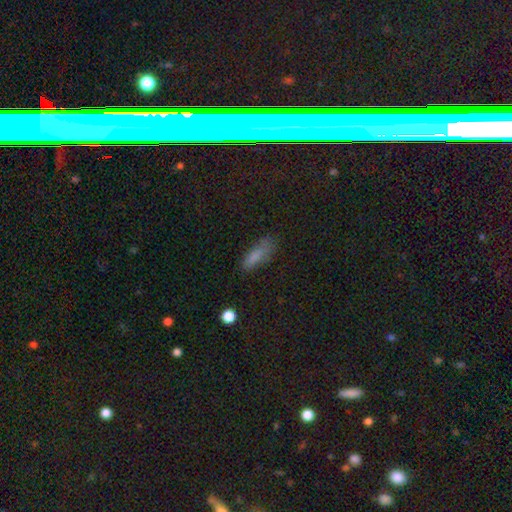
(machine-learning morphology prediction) A smooth galaxy with no disk features (77%) that is in between round and cigar-shaped (52%). Merging: none (62%).